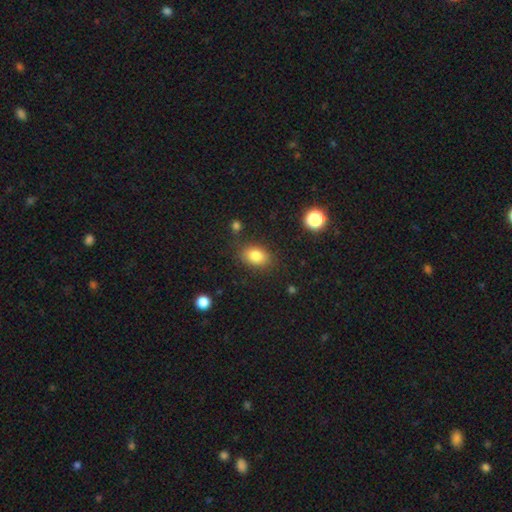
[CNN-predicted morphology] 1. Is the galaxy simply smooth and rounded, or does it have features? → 83% smooth, 10% star or artifact, 7% featured or disk.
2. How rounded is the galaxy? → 78% in between, 21% round, 1% cigar-shaped.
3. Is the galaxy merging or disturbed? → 81% none, 13% minor disturbance, 4% major disturbance, 3% merger.